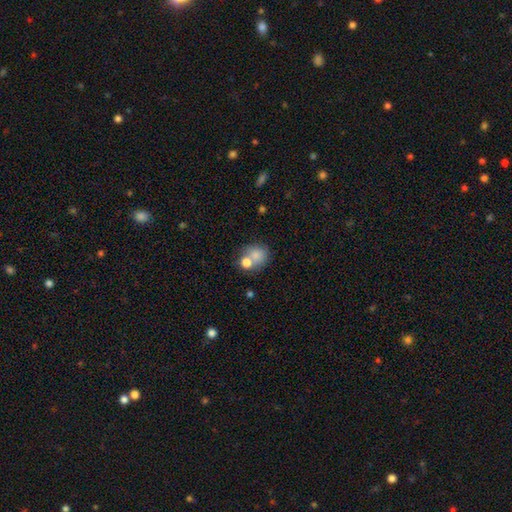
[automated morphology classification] A smooth galaxy with no disk features (77%) that is round (72%).

Vote fractions:
- Smooth or featured? smooth: 77% / featured or disk: 13% / star or artifact: 10%
- How rounded? round: 72% / in between: 27% / cigar-shaped: 1%
- Merging? merger: 45% / none: 40% / minor disturbance: 10% / major disturbance: 5%